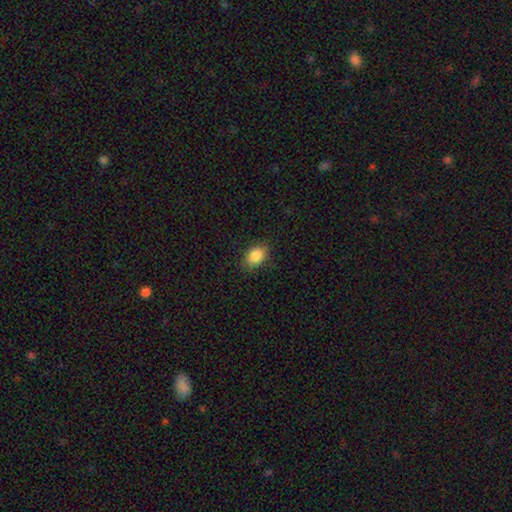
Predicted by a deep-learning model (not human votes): A smooth galaxy with no disk features (87%) that is in between round and cigar-shaped (81%). Merging: none (86%).